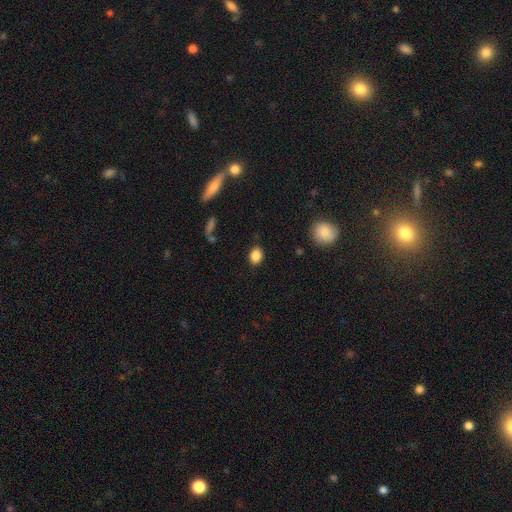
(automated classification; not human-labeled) smooth-or-featured: smooth: 86% | star or artifact: 9% | featured or disk: 5%
  how-rounded: in between: 61% | round: 38% | cigar-shaped: 1%
  merging: none: 85% | minor disturbance: 11% | major disturbance: 3% | merger: 2%